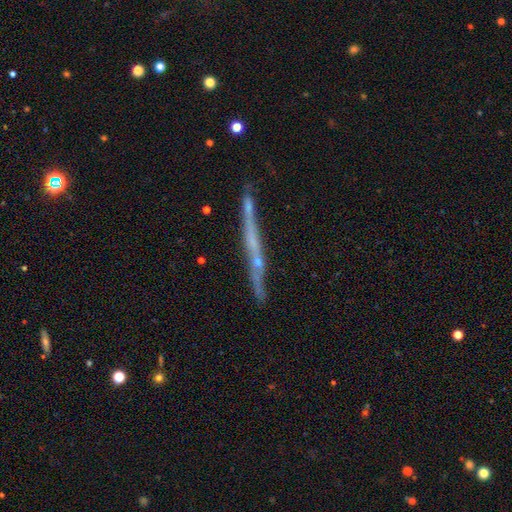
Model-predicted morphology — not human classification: Smooth or featured? Predicted: featured or disk (p=0.68). Edge-on disk? Predicted: yes (p=0.95). Edge-on bulge? Predicted: none (p=0.70). Merging? Predicted: none (p=0.81).